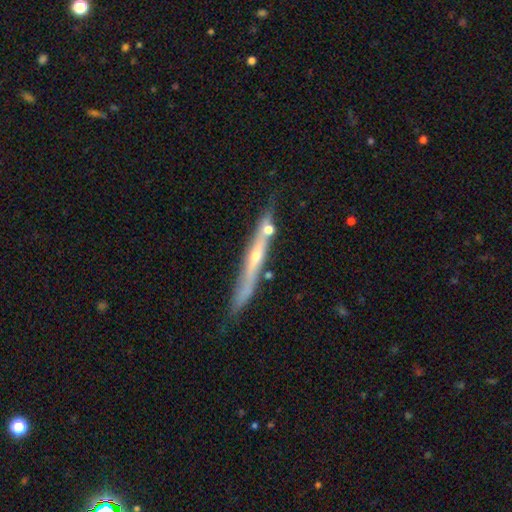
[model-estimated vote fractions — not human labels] smooth_or_featured: featured or disk (p=0.71) [alt: smooth p=0.22]
disk_edge_on: yes (p=0.90) [alt: no p=0.10]
edge_on_bulge: rounded (p=0.66) [alt: none p=0.30]
merging: none (p=0.66) [alt: minor disturbance p=0.18]